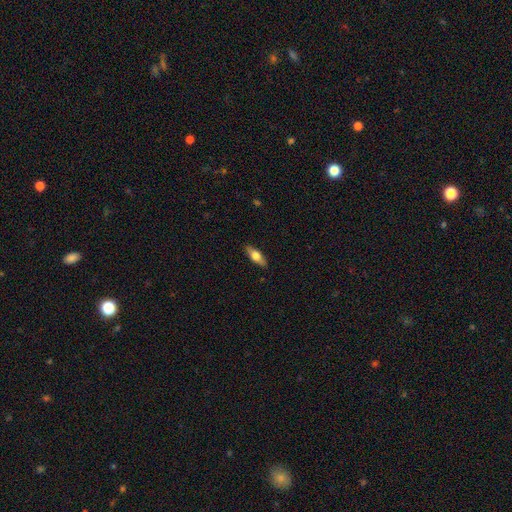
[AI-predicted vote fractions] Smooth or featured?
  - smooth: 63% *
  - featured or disk: 31%
  - star or artifact: 6%
How rounded?
  - in between: 66% *
  - cigar-shaped: 31%
  - round: 3%
Merging?
  - none: 88% *
  - minor disturbance: 9%
  - major disturbance: 2%
  - merger: 1%